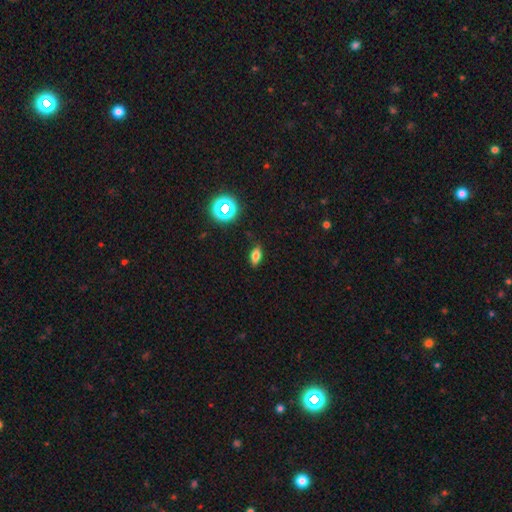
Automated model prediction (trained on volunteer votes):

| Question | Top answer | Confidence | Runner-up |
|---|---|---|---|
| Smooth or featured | smooth | 73% | star or artifact (17%) |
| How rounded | in between | 84% | cigar-shaped (9%) |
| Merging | none | 84% | minor disturbance (12%) |